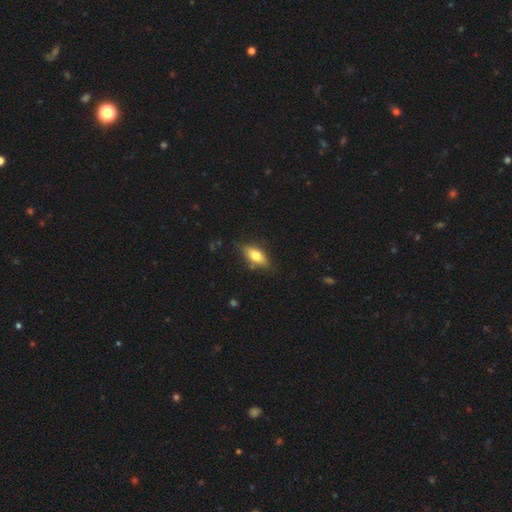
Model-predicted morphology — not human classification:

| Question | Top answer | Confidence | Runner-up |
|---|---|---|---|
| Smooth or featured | smooth | 70% | featured or disk (23%) |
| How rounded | in between | 78% | cigar-shaped (18%) |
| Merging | none | 79% | minor disturbance (16%) |